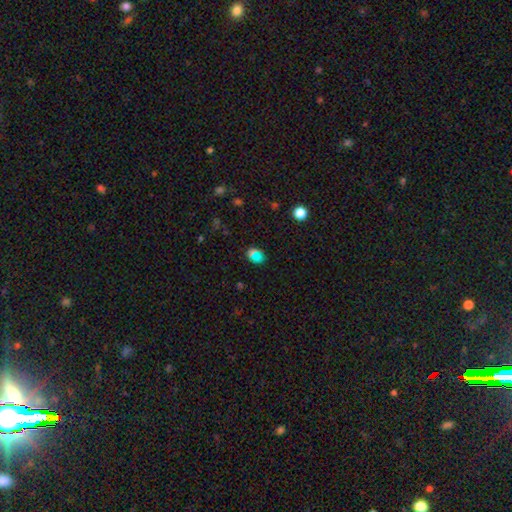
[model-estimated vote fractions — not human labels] Q: Smooth or featured?
A: smooth (62%); runner-up: star or artifact (29%)
Q: How rounded?
A: round (53%); runner-up: in between (45%)
Q: Merging?
A: none (75%); runner-up: minor disturbance (12%)